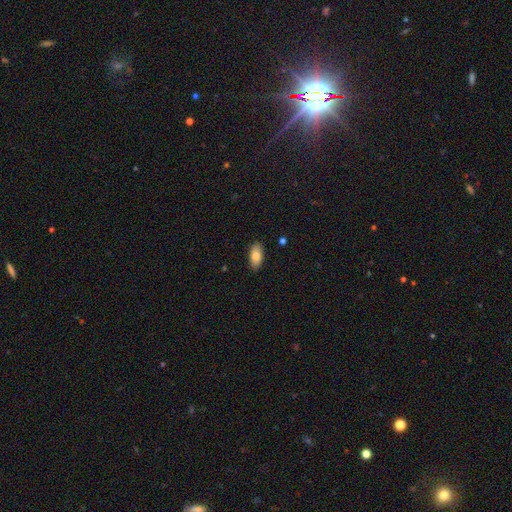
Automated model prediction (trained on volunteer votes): This appears to be a smooth galaxy with no disk features (81%) that is in between round and cigar-shaped (91%). Merging: none (88%).